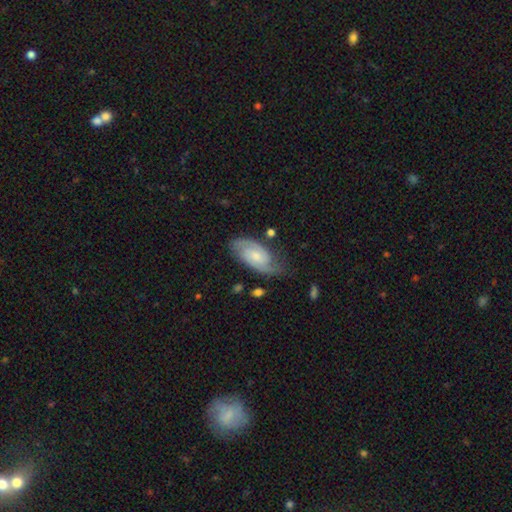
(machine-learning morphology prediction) Smooth or featured?
  - featured or disk: 82% *
  - smooth: 12%
  - star or artifact: 6%
Edge-on disk?
  - no: 96% *
  - yes: 4%
Bar?
  - no: 58% *
  - weak: 35%
  - strong: 7%
Spiral arms?
  - yes: 97% *
  - no: 3%
Spiral winding?
  - tight: 45% *
  - medium: 43%
  - loose: 12%
Spiral arm count?
  - 2: 88% *
  - can't tell: 6%
  - 3: 3%
  - 1: 2%
  - 4: 1%
  - more than 4: 1%
Bulge size?
  - small: 52% *
  - moderate: 36%
  - none: 8%
  - large: 3%
  - dominant: 1%
Merging?
  - none: 76% *
  - minor disturbance: 17%
  - major disturbance: 5%
  - merger: 2%